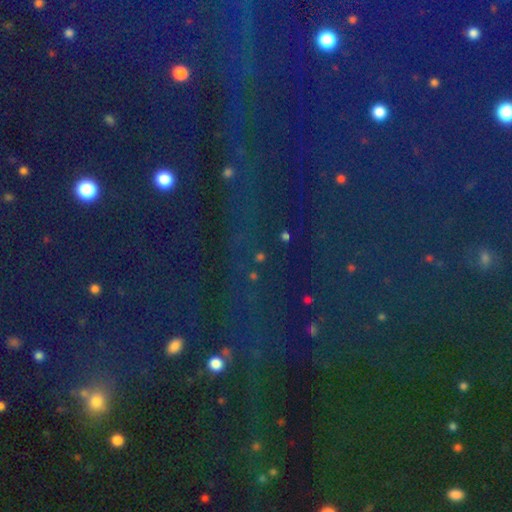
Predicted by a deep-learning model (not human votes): Overall: star or artifact (81%).